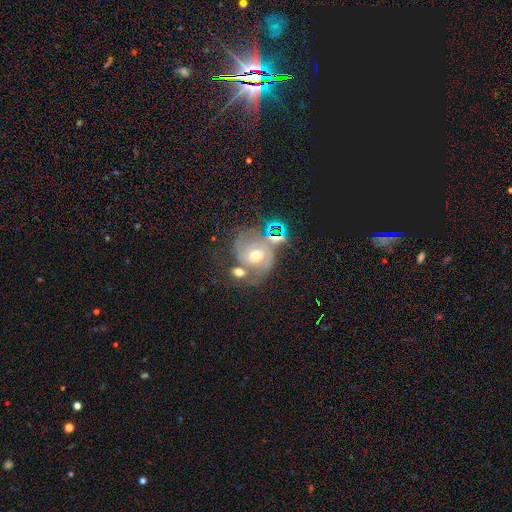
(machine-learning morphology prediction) This is clearly a featured or disk galaxy (81%). It is clearly not viewed edge-on (98%). Bar: likely no (65%). Spiral arm pattern: clearly yes (93%). Spiral arm count: possibly 2 (57%). Spiral winding: possibly tight (46%). Central bulge: likely moderate (64%). Merging: possibly none (47%).